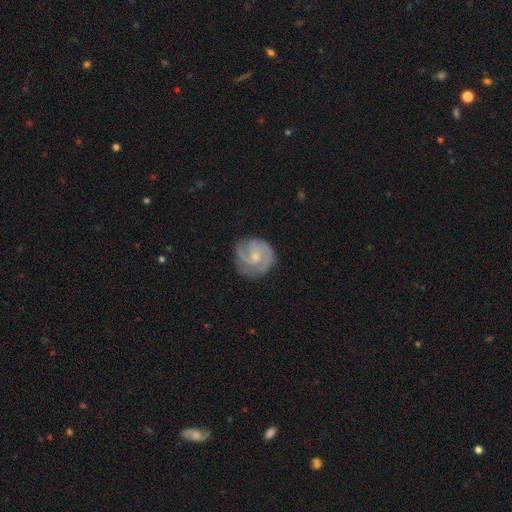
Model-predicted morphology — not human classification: Smooth or featured: featured or disk — 76% (smooth — 19%)
Edge-on disk: no — 98% (yes — 2%)
Bar: no — 63% (weak — 33%)
Spiral arms: yes — 94% (no — 6%)
Spiral winding: tight — 54% (medium — 36%)
Spiral arm count: 2 — 39% (3 — 27%)
Bulge size: small — 61% (moderate — 31%)
Merging: none — 74% (minor disturbance — 18%)